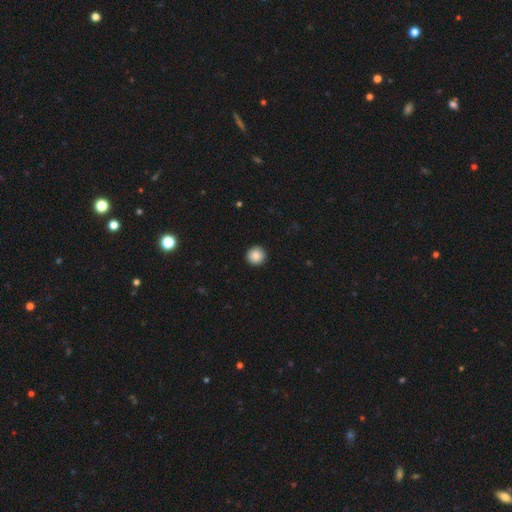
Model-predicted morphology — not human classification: smooth 88%, star or artifact 8%, featured or disk 3%. Down the decision tree: how rounded — round (95%); merging — none (92%).